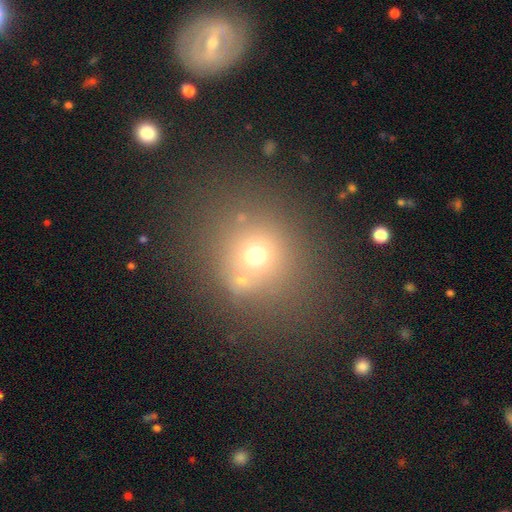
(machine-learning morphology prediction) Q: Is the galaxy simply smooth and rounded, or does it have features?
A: smooth — 65%.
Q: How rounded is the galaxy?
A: round — 86%.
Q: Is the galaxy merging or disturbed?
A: none — 69%.